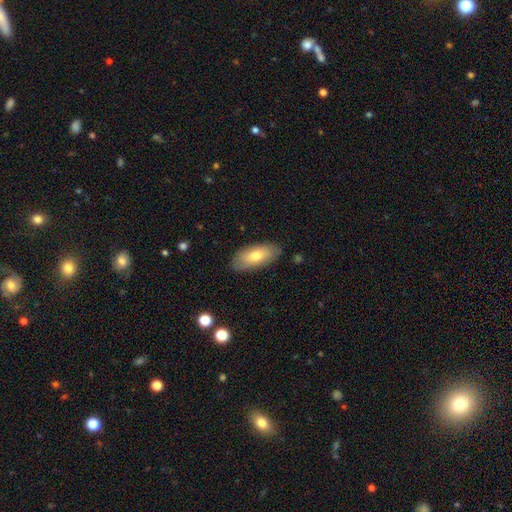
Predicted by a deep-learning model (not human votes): Q: Smooth or featured?
A: smooth (73%); runner-up: featured or disk (21%)
Q: How rounded?
A: in between (88%); runner-up: cigar-shaped (9%)
Q: Merging?
A: none (85%); runner-up: minor disturbance (12%)